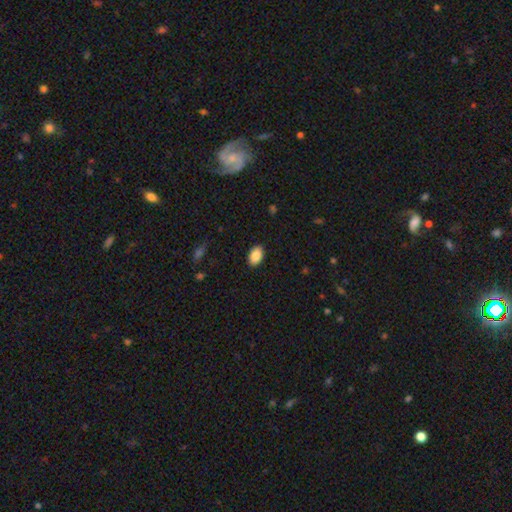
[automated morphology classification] Overall: smooth (87%). How rounded: in between (92%). Merging: none (89%).